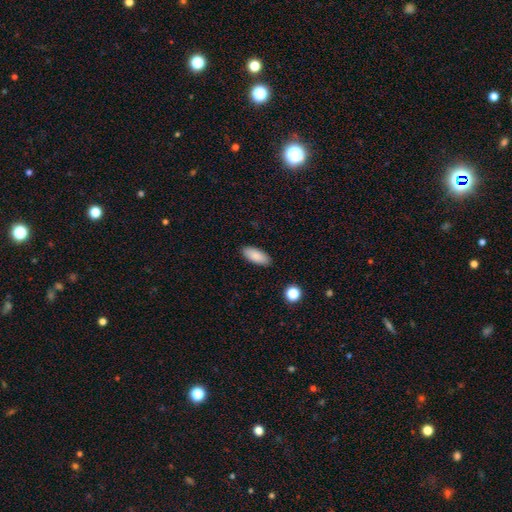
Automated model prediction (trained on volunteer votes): Morphology: type=smooth (86%); roundness=in between (85%); merging=none (89%).